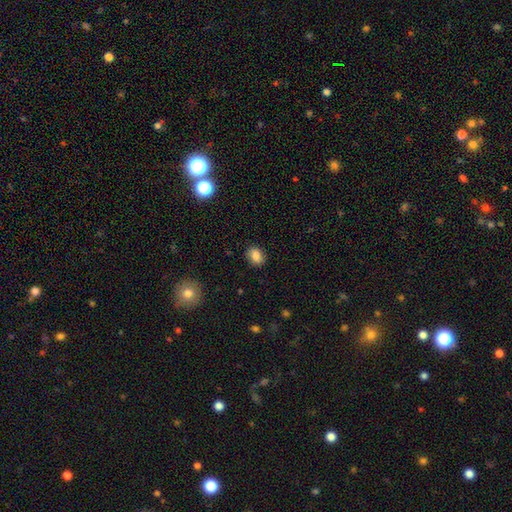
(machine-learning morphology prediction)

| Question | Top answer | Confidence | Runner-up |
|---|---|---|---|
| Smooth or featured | smooth | 84% | star or artifact (9%) |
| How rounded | in between | 57% | round (42%) |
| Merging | none | 88% | minor disturbance (9%) |